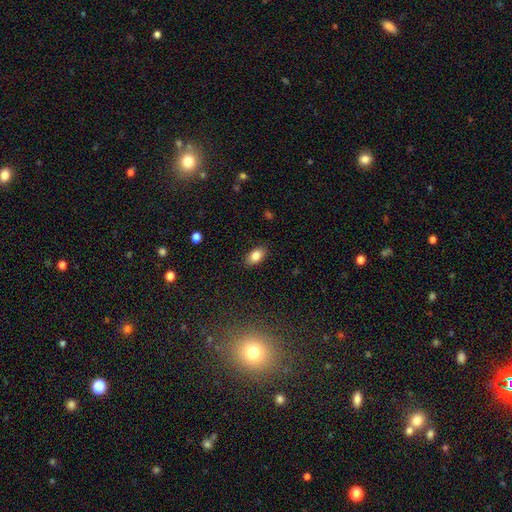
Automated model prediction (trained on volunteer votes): Q: Smooth or featured?
A: smooth (84%); runner-up: star or artifact (8%)
Q: How rounded?
A: in between (90%); runner-up: round (7%)
Q: Merging?
A: none (87%); runner-up: minor disturbance (10%)